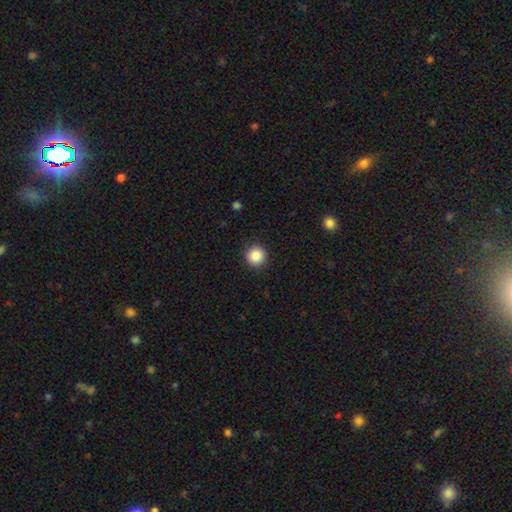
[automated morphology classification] smooth-or-featured: smooth: 87% | star or artifact: 9% | featured or disk: 3%
  how-rounded: round: 95% | in between: 4% | cigar-shaped: 1%
  merging: none: 91% | minor disturbance: 6% | major disturbance: 2% | merger: 1%